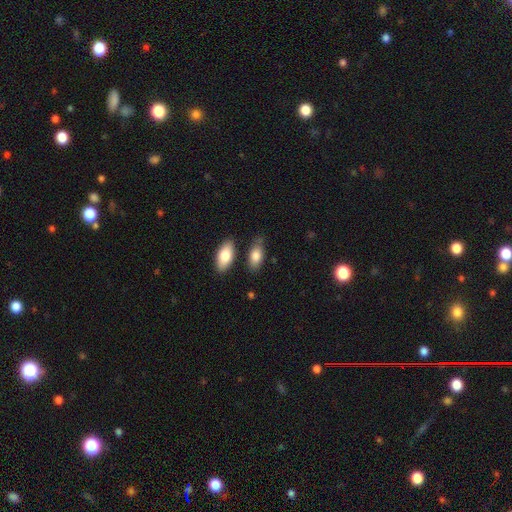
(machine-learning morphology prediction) Smooth or featured? Predicted: smooth (p=0.82). How rounded? Predicted: in between (p=0.90). Merging? Predicted: none (p=0.70).